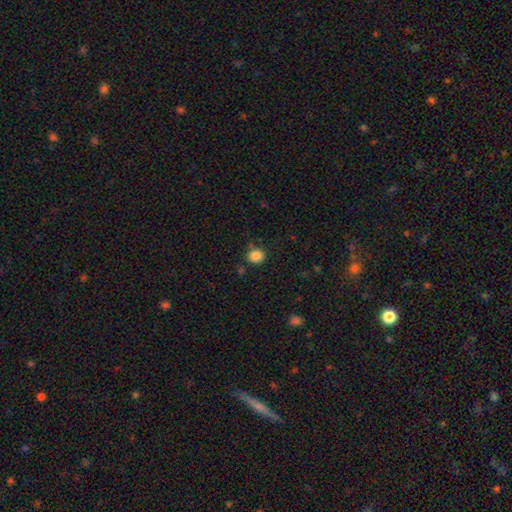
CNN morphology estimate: This appears to be a smooth galaxy with no disk features (86%) that is round (79%). Merging: none (80%).